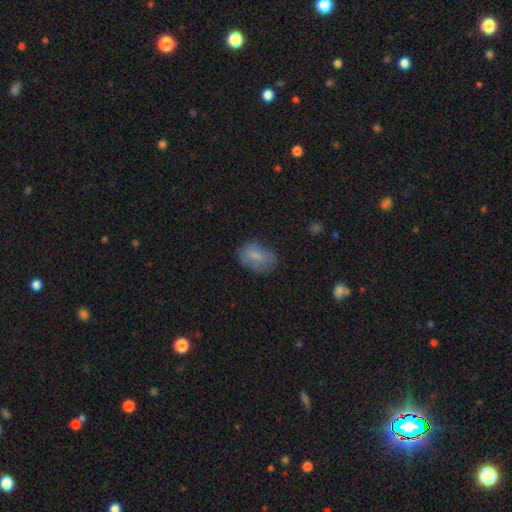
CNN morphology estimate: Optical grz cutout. It shows a smooth galaxy with no disk features (71%) that is in between round and cigar-shaped (84%). Merging: none (61%).